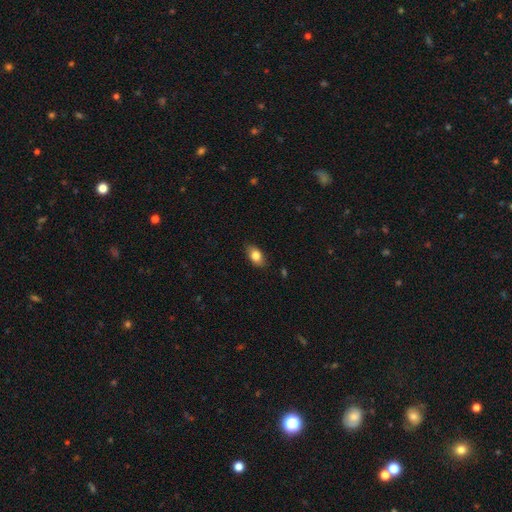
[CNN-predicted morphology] smooth-or-featured: smooth: 82% | featured or disk: 10% | star or artifact: 8%
  how-rounded: in between: 88% | round: 10% | cigar-shaped: 2%
  merging: none: 83% | minor disturbance: 13% | major disturbance: 3% | merger: 1%